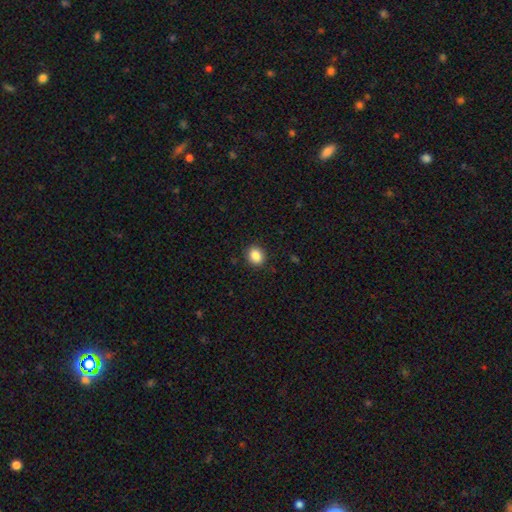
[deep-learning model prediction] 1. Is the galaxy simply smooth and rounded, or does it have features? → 87% smooth, 9% star or artifact, 4% featured or disk.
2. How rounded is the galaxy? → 63% round, 36% in between, 1% cigar-shaped.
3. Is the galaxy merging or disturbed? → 90% none, 7% minor disturbance, 2% major disturbance, 1% merger.